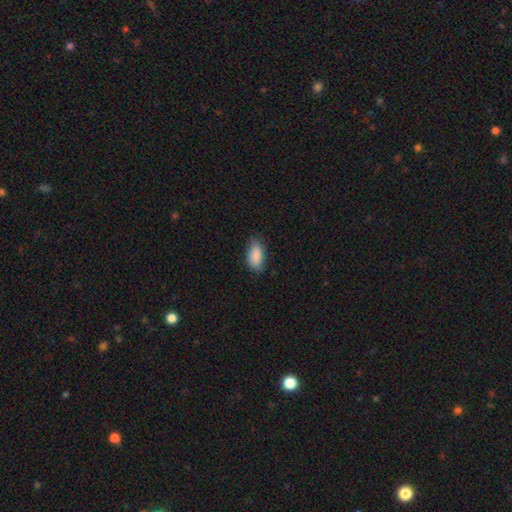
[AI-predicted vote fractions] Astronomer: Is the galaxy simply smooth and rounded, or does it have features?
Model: smooth — 88%.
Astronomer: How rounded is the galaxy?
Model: in between — 92%.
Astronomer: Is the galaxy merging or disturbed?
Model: none — 77%.